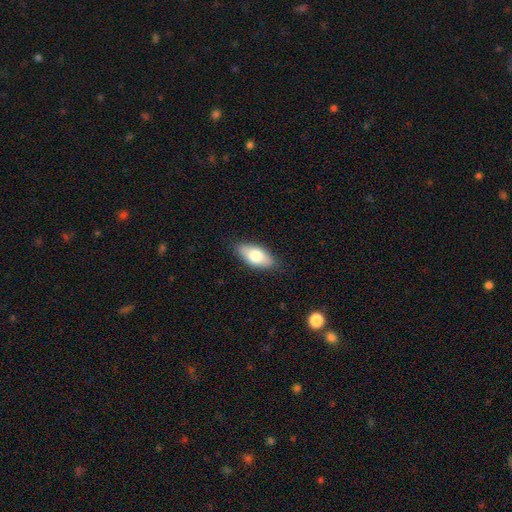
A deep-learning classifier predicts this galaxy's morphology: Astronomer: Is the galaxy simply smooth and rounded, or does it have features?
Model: smooth — 75%.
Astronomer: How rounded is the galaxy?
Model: in between — 88%.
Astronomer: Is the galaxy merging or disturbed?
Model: none — 84%.